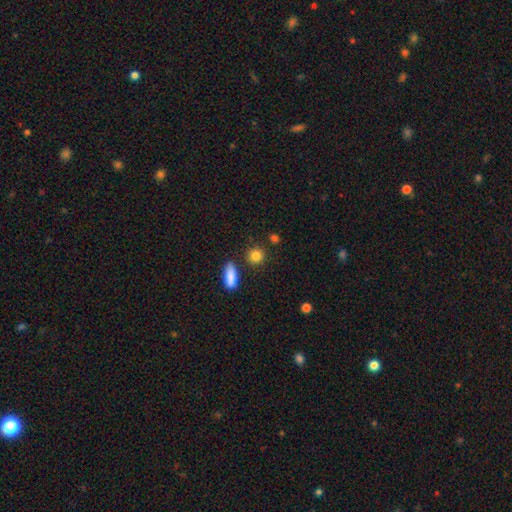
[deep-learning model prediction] A smooth galaxy with no disk features (85%) that is round (84%).

Vote fractions:
- Smooth or featured? smooth: 85% / star or artifact: 9% / featured or disk: 6%
- How rounded? round: 84% / in between: 13% / cigar-shaped: 3%
- Merging? none: 84% / minor disturbance: 8% / merger: 5% / major disturbance: 3%